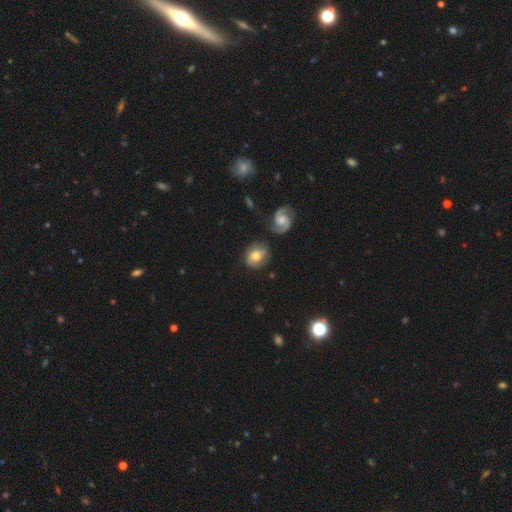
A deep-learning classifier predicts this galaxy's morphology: Overall: smooth (50%; featured or disk 42%). Merging: none (70%).